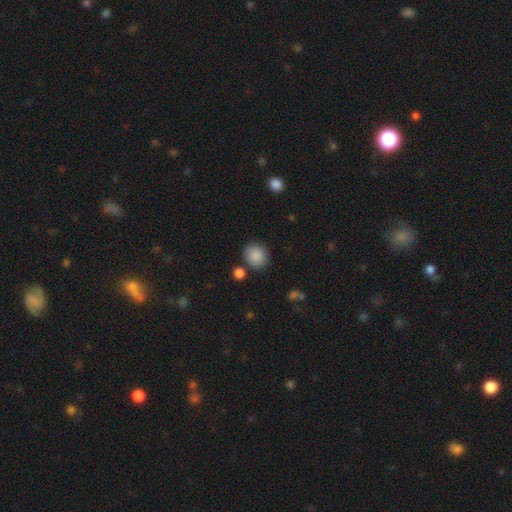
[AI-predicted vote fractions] smooth 88%, star or artifact 8%, featured or disk 4%. Down the decision tree: how rounded — round (78%); merging — none (80%).